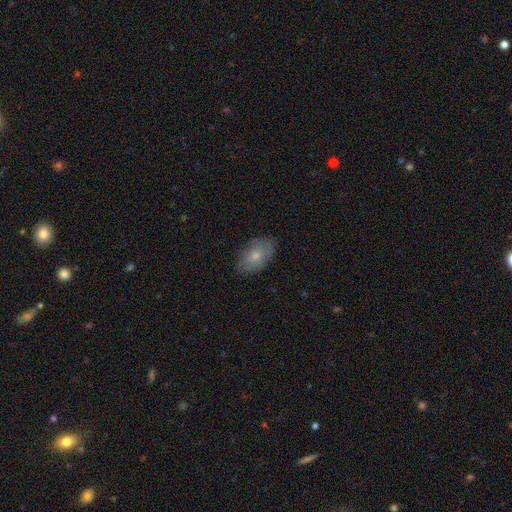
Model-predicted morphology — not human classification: Smooth or featured? smooth (73%)
How rounded? in between (90%)
Merging? none (80%)